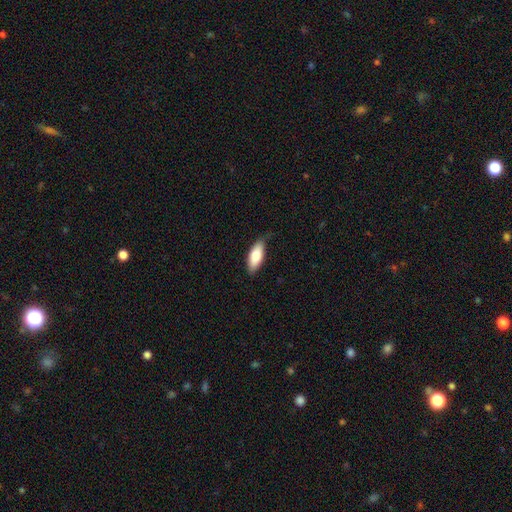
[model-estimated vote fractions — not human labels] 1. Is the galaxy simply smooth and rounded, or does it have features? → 76% smooth, 18% featured or disk, 6% star or artifact.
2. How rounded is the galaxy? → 76% in between, 22% cigar-shaped, 2% round.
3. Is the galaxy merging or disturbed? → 76% none, 20% minor disturbance, 3% major disturbance, 1% merger.